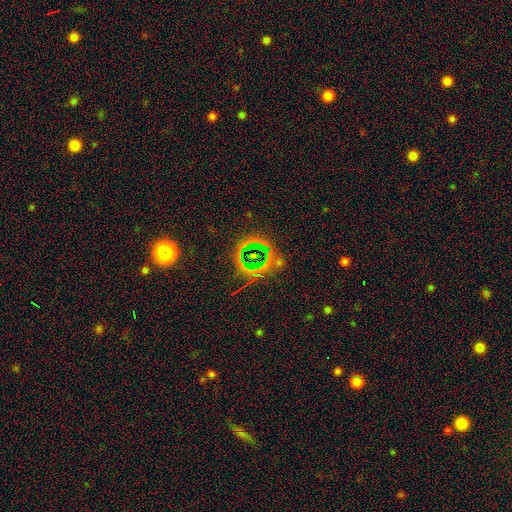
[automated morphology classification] A star or artifact, not a galaxy (74%).

Vote fractions:
- Smooth or featured? star or artifact: 74% / smooth: 14% / featured or disk: 12%